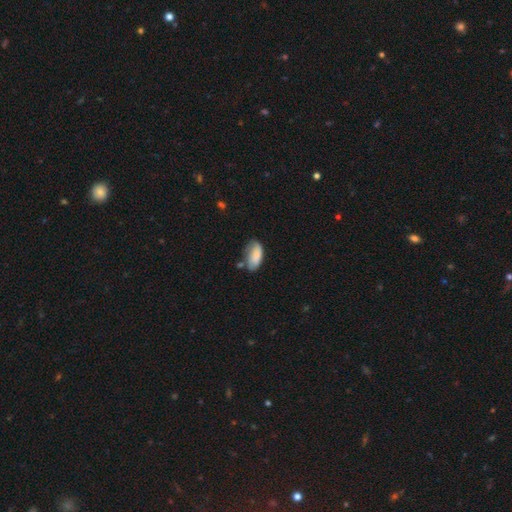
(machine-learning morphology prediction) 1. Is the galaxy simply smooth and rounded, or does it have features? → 81% smooth, 12% featured or disk, 7% star or artifact.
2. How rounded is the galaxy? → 89% in between, 8% cigar-shaped, 2% round.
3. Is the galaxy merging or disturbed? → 51% none, 32% minor disturbance, 9% major disturbance, 8% merger.